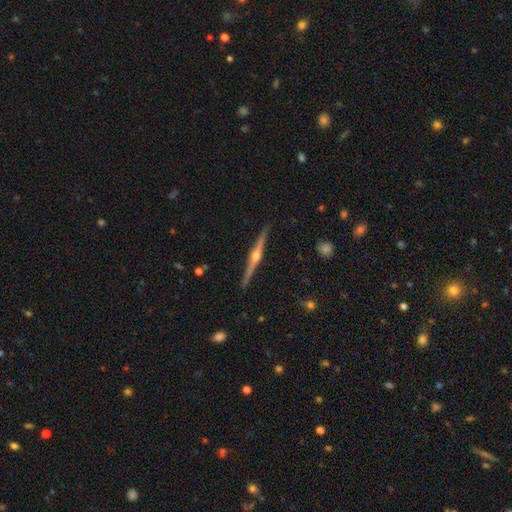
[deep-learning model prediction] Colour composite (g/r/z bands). It shows a featured or disk galaxy (85%) viewed edge-on (99%) with a rounded central bulge (92%). Merging: none (92%).